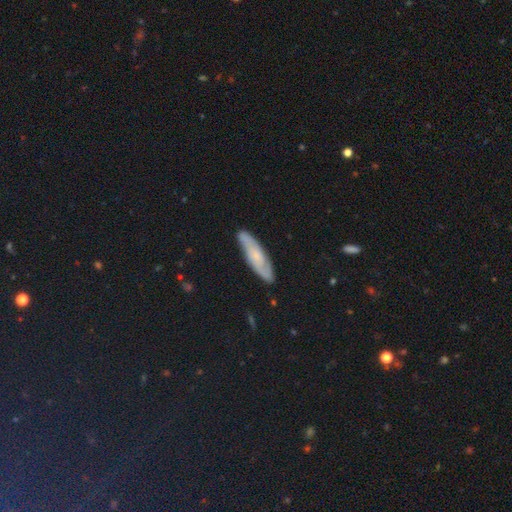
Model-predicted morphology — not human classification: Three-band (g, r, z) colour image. It shows a featured or disk galaxy (54%). Merging: none (84%).